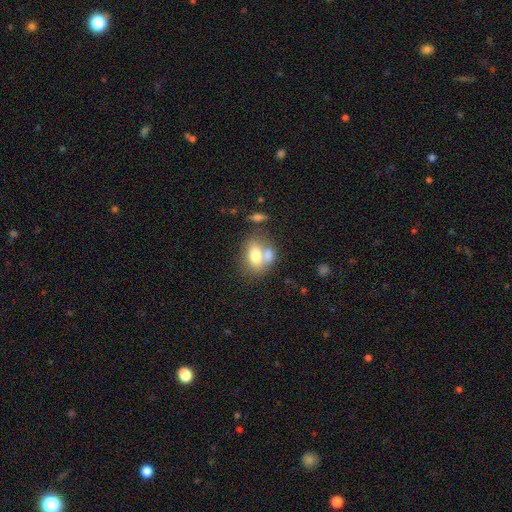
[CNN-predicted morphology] This is likely a smooth galaxy (72%). How rounded: likely in between (76%). Merging: possibly merger (46%).